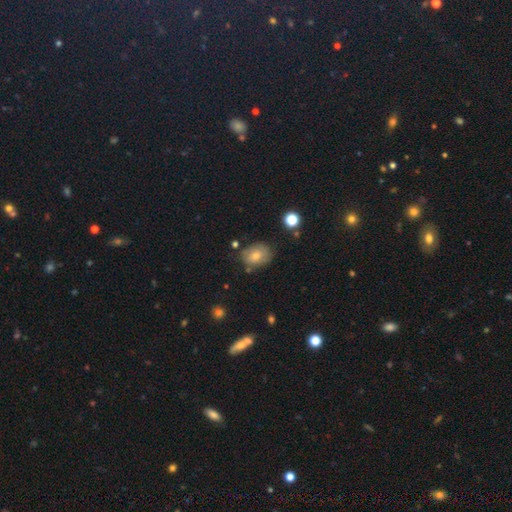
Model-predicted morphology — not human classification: Smooth or featured?
  - smooth: 63% *
  - featured or disk: 21%
  - star or artifact: 16%
How rounded?
  - in between: 58% *
  - round: 41%
  - cigar-shaped: 1%
Merging?
  - none: 74% *
  - minor disturbance: 18%
  - major disturbance: 5%
  - merger: 4%